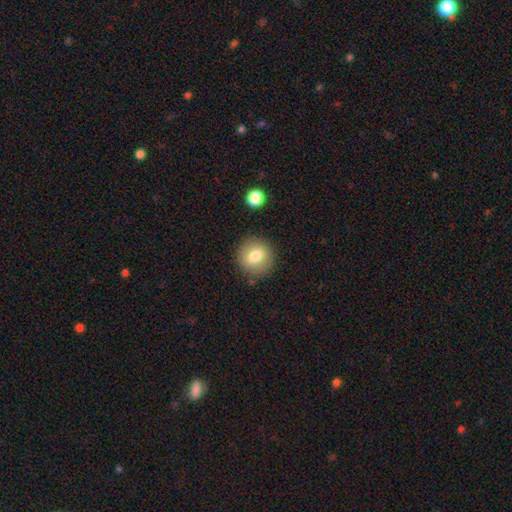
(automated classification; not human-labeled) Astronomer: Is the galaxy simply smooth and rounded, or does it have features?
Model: smooth — 76%.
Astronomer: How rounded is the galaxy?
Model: round — 78%.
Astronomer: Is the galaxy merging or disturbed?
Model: none — 84%.